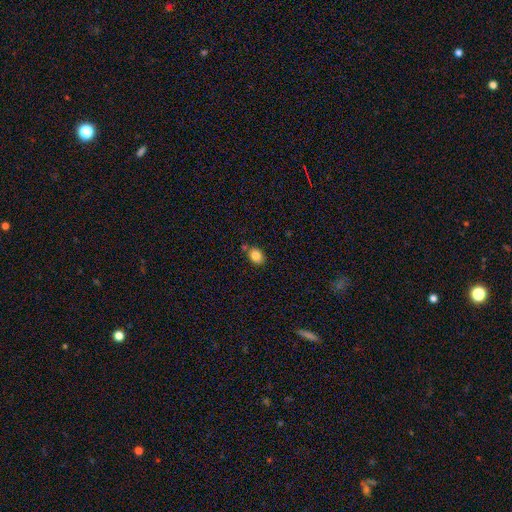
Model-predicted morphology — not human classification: smooth_or_featured: smooth (p=0.85) [alt: star or artifact p=0.10]
how_rounded: in between (p=0.60) [alt: round p=0.39]
merging: none (p=0.73) [alt: minor disturbance p=0.15]